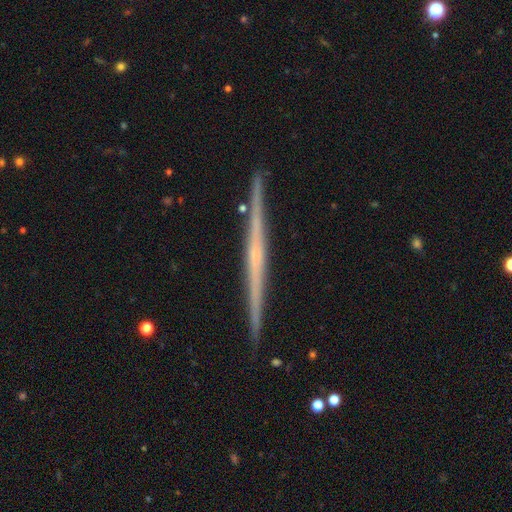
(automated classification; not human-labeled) smooth-or-featured: featured or disk: 76% | smooth: 18% | star or artifact: 5%
  disk-edge-on: yes: 98% | no: 2%
    edge-on-bulge: none: 71% | rounded: 21% | boxy: 7%
  merging: none: 91% | minor disturbance: 6% | merger: 1% | major disturbance: 1%